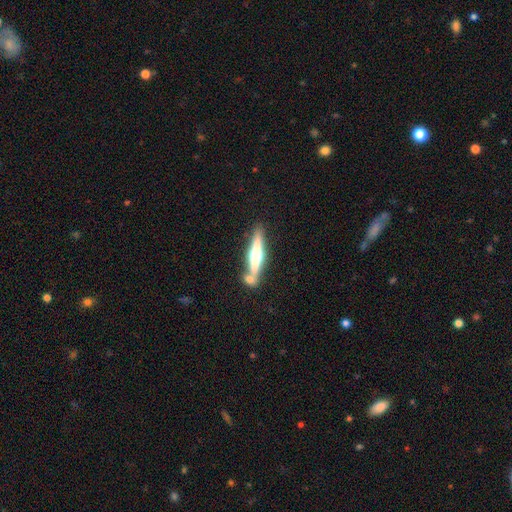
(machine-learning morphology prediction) A featured or disk galaxy (61%) viewed edge-on (94%) with a rounded central bulge (89%). Merging: none (58%).